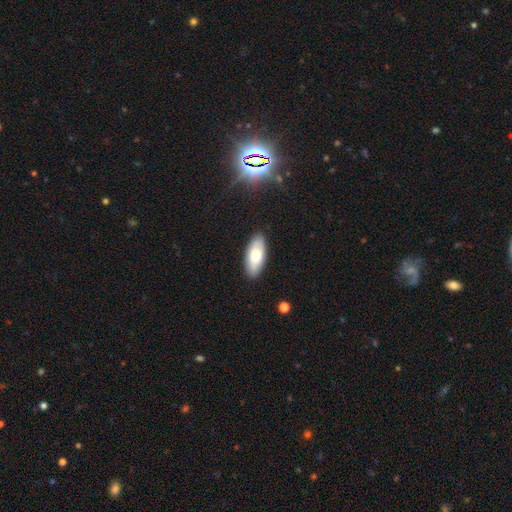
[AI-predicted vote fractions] smooth 75%, featured or disk 19%, star or artifact 6%. Down the decision tree: how rounded — in between (83%); merging — none (87%).